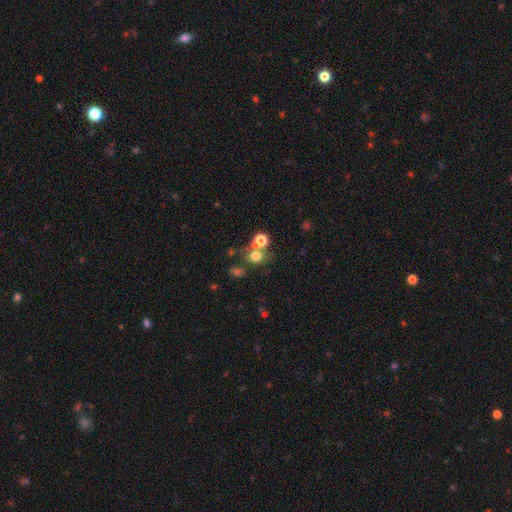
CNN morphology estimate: Smooth or featured: smooth — 66% (star or artifact — 20%)
How rounded: round — 73% (in between — 25%)
Merging: none — 51% (merger — 34%)